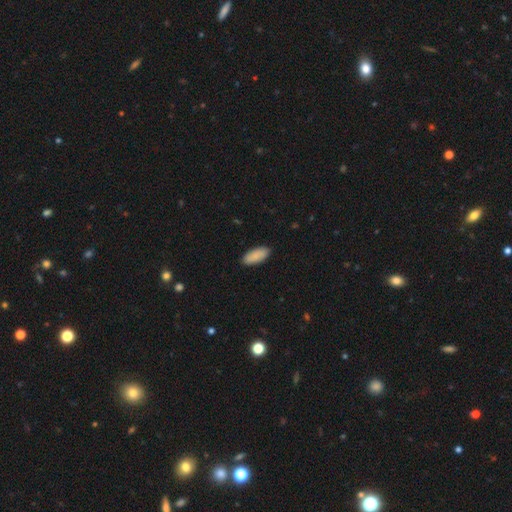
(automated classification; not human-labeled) A smooth galaxy with no disk features (89%) that is in between round and cigar-shaped (84%). Merging: none (89%).